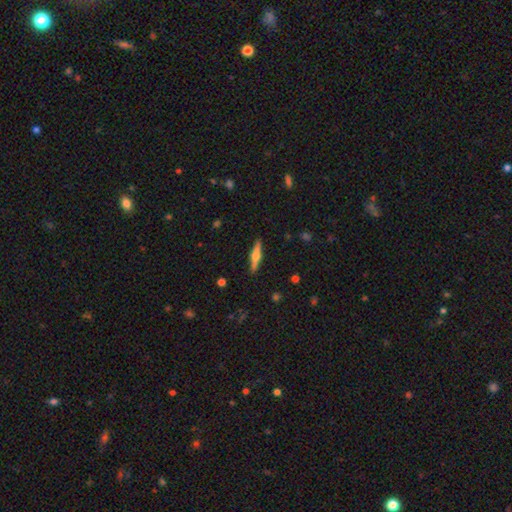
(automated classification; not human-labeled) Morphology: type=featured or disk (65%); edge-on=yes (97%); edge-on bulge=rounded (90%); merging=none (90%).